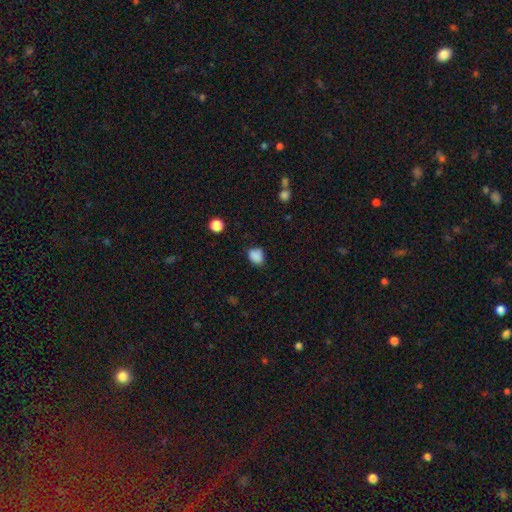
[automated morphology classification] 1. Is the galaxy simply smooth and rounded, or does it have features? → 86% smooth, 11% star or artifact, 4% featured or disk.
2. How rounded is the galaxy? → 50% in between, 49% round, 1% cigar-shaped.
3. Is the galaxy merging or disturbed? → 73% none, 21% minor disturbance, 4% major disturbance, 2% merger.